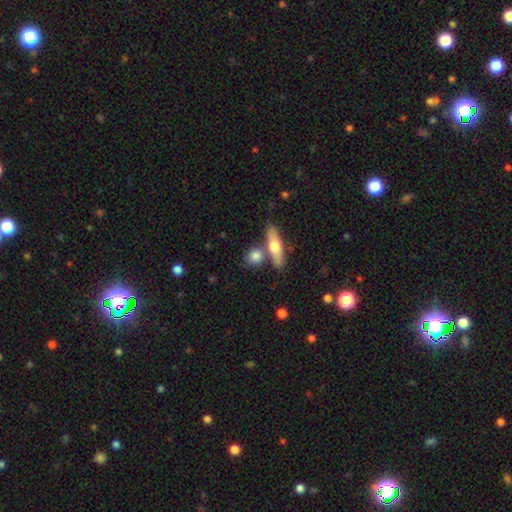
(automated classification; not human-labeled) The model was most divided on "how rounded": round: 41%, in between: 37%, cigar-shaped: 21%. More confident: smooth or featured — smooth (70%); merging — none (61%).